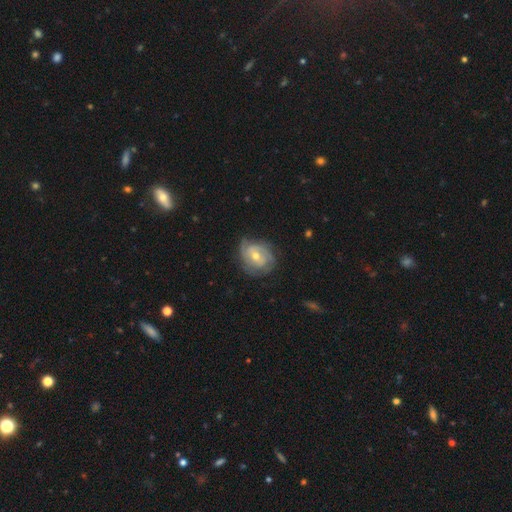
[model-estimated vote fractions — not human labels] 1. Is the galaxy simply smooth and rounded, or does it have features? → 73% featured or disk, 21% smooth, 6% star or artifact.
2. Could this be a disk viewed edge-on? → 97% no, 3% yes.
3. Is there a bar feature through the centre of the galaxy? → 61% no, 32% weak, 7% strong.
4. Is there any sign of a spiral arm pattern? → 88% yes, 12% no.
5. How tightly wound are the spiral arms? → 59% tight, 30% medium, 10% loose.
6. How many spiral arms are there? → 34% can't tell, 30% 2, 22% 3, 6% 4, 5% 1, 4% more than 4.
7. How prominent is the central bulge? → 58% moderate, 38% small, 2% large, 1% none, 1% dominant.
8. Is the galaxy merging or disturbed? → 65% none, 24% minor disturbance, 10% major disturbance, 1% merger.